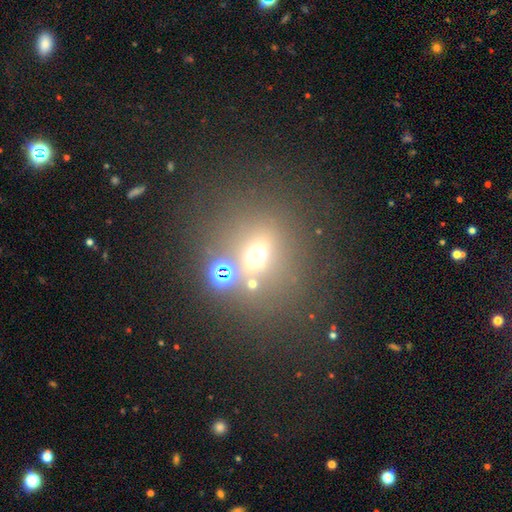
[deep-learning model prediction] smooth-or-featured: smooth: 49% | star or artifact: 35% | featured or disk: 16%
  merging: none: 64% | merger: 18% | minor disturbance: 11% | major disturbance: 7%